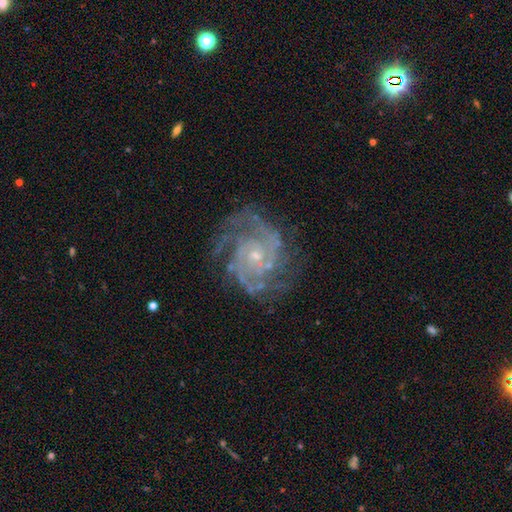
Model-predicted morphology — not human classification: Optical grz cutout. It shows a featured or disk galaxy (90%) with no bar (69%), 2 (40%) tight (57%) spiral arms (98%) and a small central bulge (75%). Merging: none (74%).